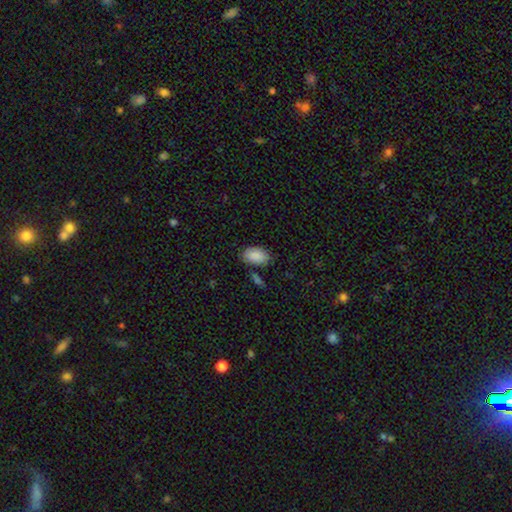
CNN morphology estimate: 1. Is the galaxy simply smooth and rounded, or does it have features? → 89% smooth, 7% star or artifact, 5% featured or disk.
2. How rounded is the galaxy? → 92% in between, 7% round, 1% cigar-shaped.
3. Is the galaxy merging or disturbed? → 75% none, 16% minor disturbance, 5% merger, 4% major disturbance.